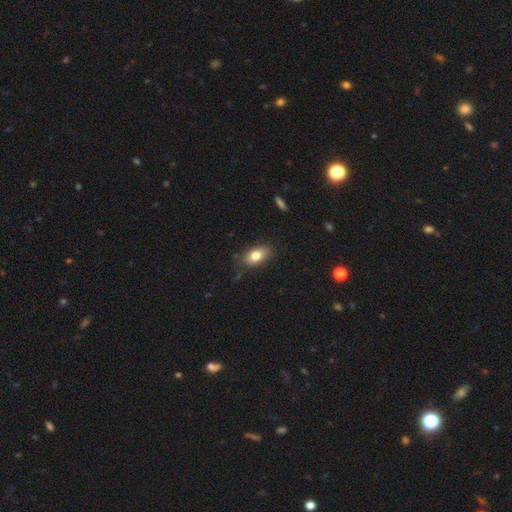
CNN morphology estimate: Smooth or featured?
  - smooth: 79% *
  - featured or disk: 12%
  - star or artifact: 8%
How rounded?
  - in between: 87% *
  - round: 9%
  - cigar-shaped: 3%
Merging?
  - none: 81% *
  - minor disturbance: 15%
  - major disturbance: 3%
  - merger: 2%